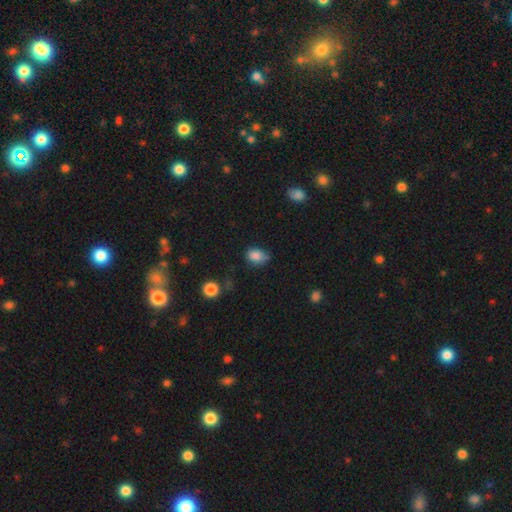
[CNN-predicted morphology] Overall: smooth (83%). How rounded: in between (66%; round 33%). Merging: none (49%; minor disturbance 38%).